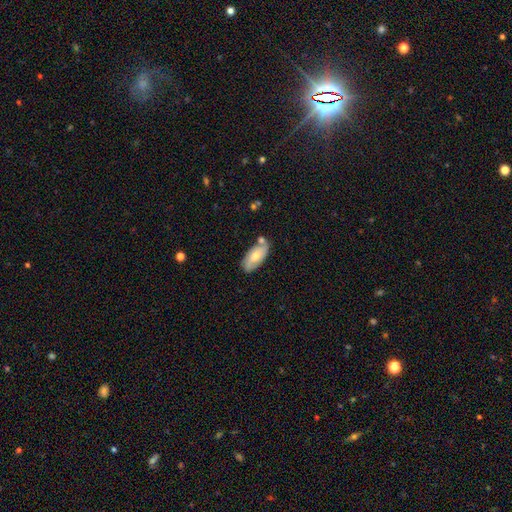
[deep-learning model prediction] A smooth galaxy with no disk features (56%) that is in between round and cigar-shaped (89%). Merging: none (65%).